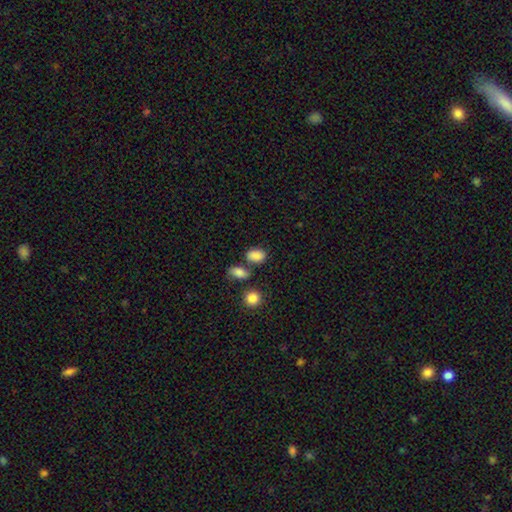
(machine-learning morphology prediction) Smooth or featured? smooth (85%)
How rounded? in between (82%)
Merging? none (65%)